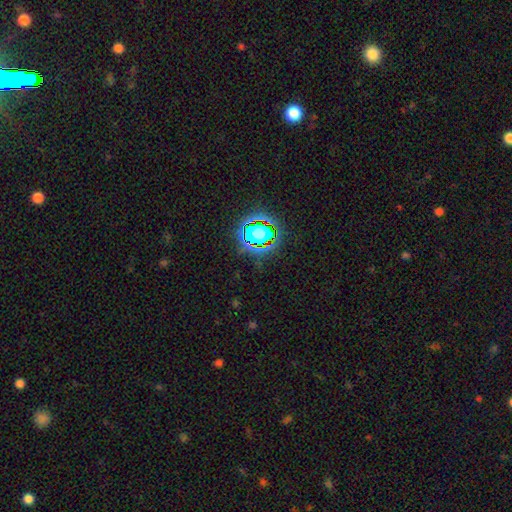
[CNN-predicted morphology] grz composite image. It shows a star or artifact, not a galaxy (80%).